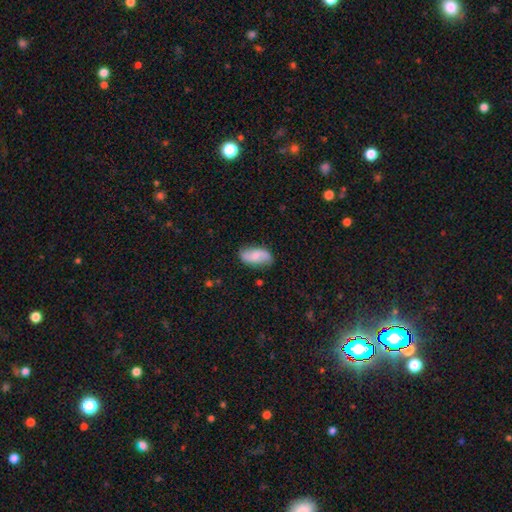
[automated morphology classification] A smooth galaxy with no disk features (47%).

Vote fractions:
- Smooth or featured? smooth: 47% / featured or disk: 45% / star or artifact: 8%
- Merging? none: 77% / minor disturbance: 17% / major disturbance: 4% / merger: 2%